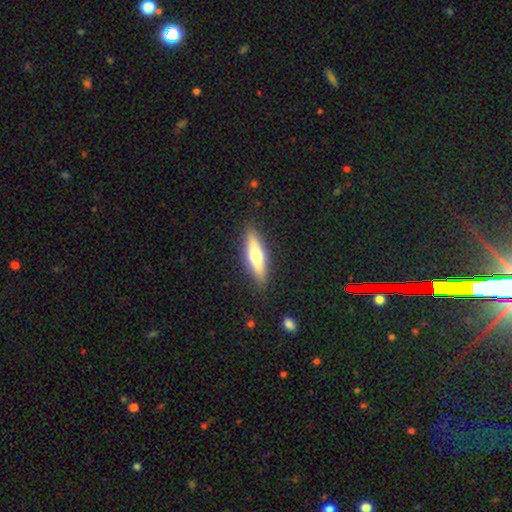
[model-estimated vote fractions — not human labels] The model was most divided on "smooth or featured": smooth: 50%, featured or disk: 44%, star or artifact: 6%. More confident: merging — none (89%); how rounded — cigar-shaped (72%).